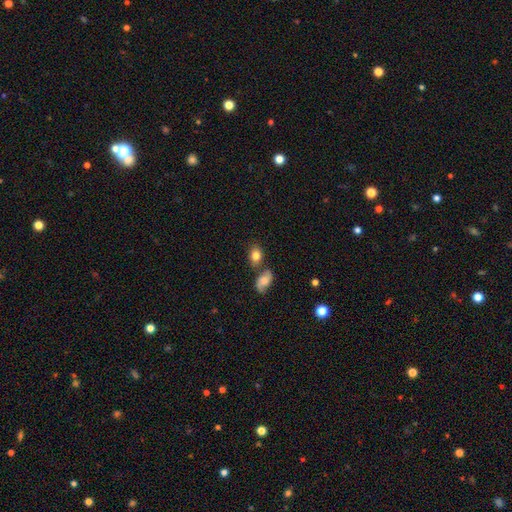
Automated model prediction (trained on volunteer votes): smooth 79%, featured or disk 13%, star or artifact 8%. Down the decision tree: how rounded — in between (74%); merging — none (62%).